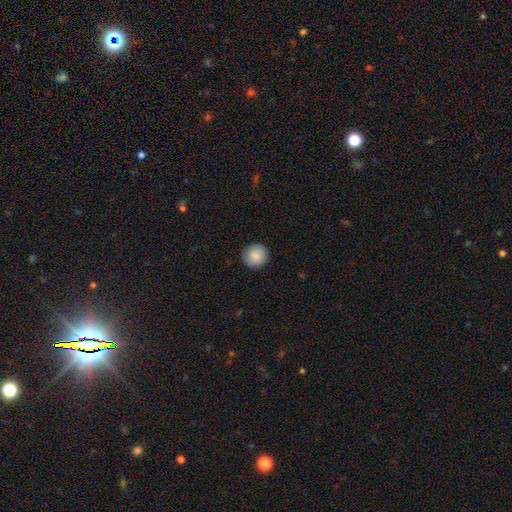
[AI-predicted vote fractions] Smooth or featured?
  - smooth: 88% *
  - star or artifact: 7%
  - featured or disk: 5%
How rounded?
  - round: 95% *
  - in between: 4%
  - cigar-shaped: 1%
Merging?
  - none: 91% *
  - minor disturbance: 7%
  - major disturbance: 2%
  - merger: 1%